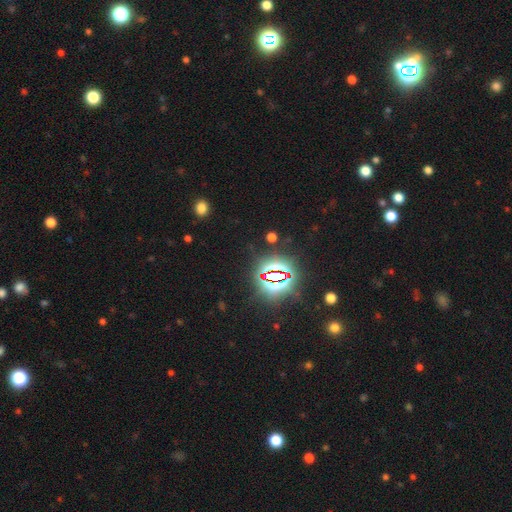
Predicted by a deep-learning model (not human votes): Morphology: type=star or artifact (84%).